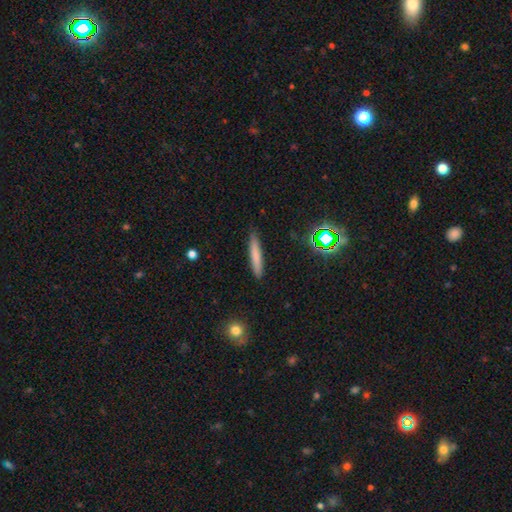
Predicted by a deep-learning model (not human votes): A smooth galaxy with no disk features (73%) that is cigar-shaped (93%).

Vote fractions:
- Smooth or featured? smooth: 73% / featured or disk: 17% / star or artifact: 10%
- How rounded? cigar-shaped: 93% / in between: 6% / round: 1%
- Merging? none: 88% / minor disturbance: 9% / major disturbance: 2% / merger: 1%